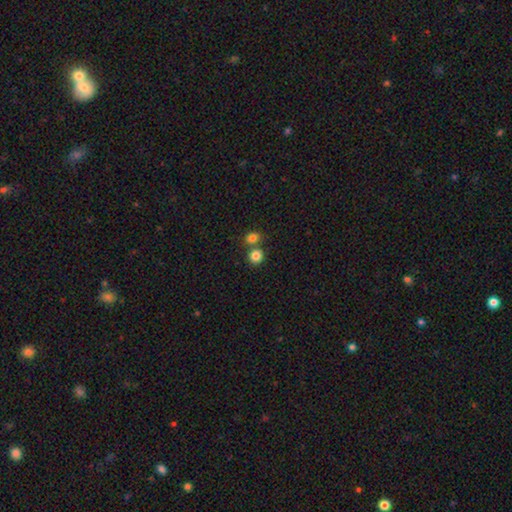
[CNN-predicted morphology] This appears to be a smooth galaxy with no disk features (83%) that is round (88%). Merging: none (62%).